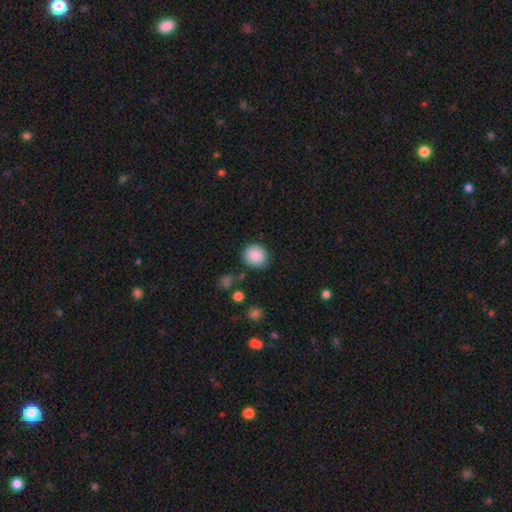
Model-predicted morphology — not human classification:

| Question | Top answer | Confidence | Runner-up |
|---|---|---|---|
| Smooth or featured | smooth | 88% | star or artifact (8%) |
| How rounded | round | 77% | in between (22%) |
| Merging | none | 82% | minor disturbance (12%) |